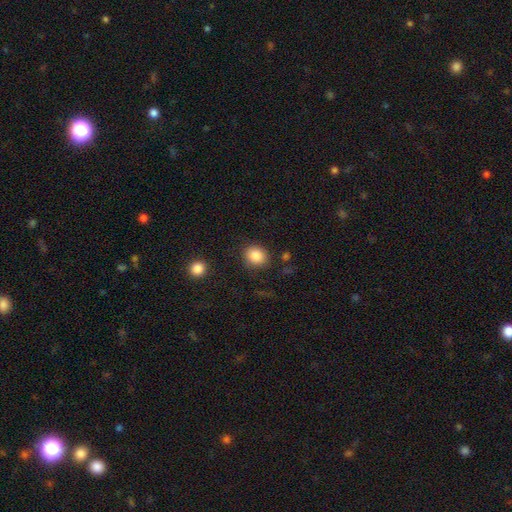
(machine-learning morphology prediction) smooth 86%, star or artifact 9%, featured or disk 5%. Down the decision tree: how rounded — round (70%); merging — none (84%).